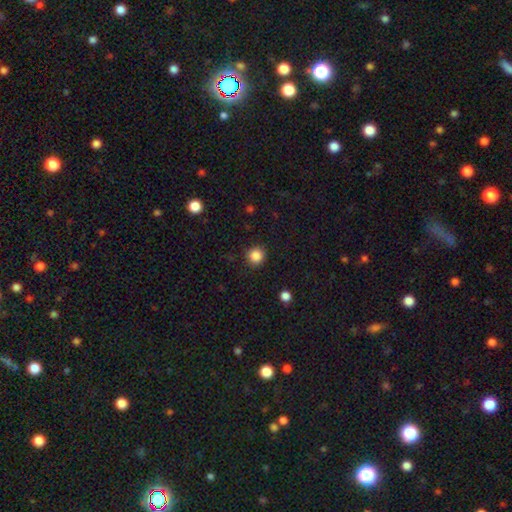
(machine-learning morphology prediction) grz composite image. It shows a smooth galaxy with no disk features (86%) that is round (93%). Merging: none (89%).